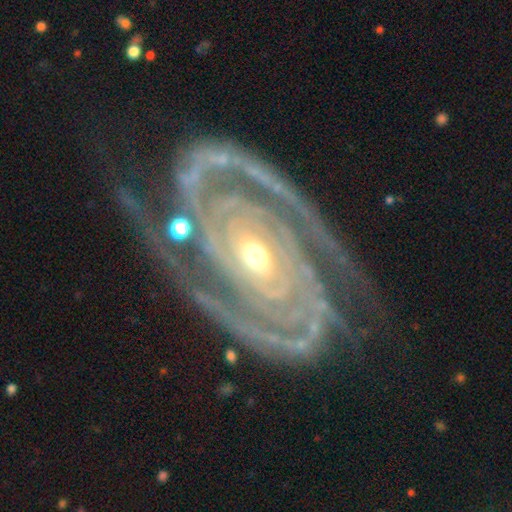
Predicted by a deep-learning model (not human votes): Smooth or featured: featured or disk — 92% (star or artifact — 4%)
Edge-on disk: no — 96% (yes — 4%)
Bar: no — 59% (weak — 24%)
Spiral arms: yes — 96% (no — 4%)
Spiral winding: tight — 72% (medium — 21%)
Spiral arm count: 2 — 41% (3 — 16%)
Bulge size: small — 50% (moderate — 44%)
Merging: none — 59% (major disturbance — 18%)